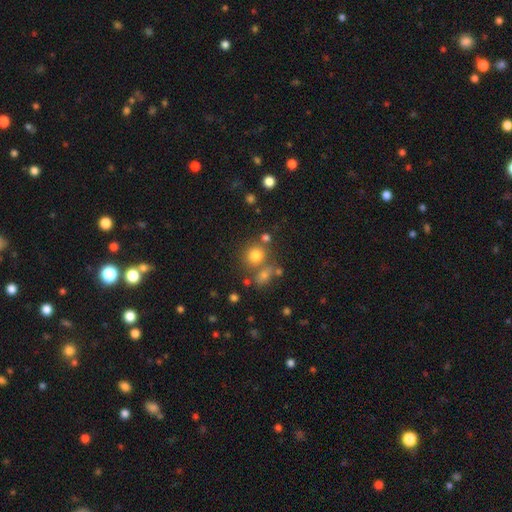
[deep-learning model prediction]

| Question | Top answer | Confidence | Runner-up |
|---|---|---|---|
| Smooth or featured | smooth | 76% | star or artifact (15%) |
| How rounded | round | 83% | in between (16%) |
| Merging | none | 65% | merger (20%) |